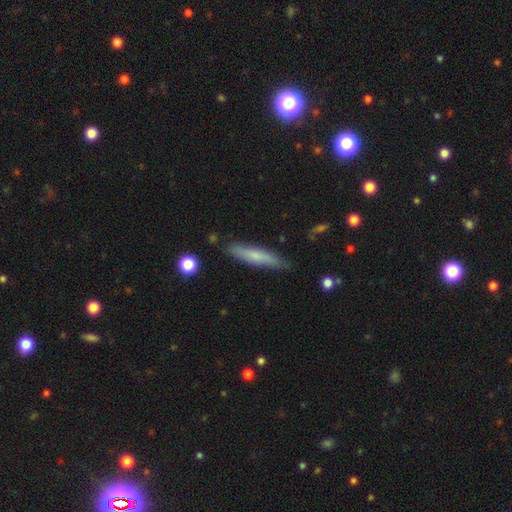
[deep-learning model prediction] The model was most divided on "smooth or featured": smooth: 65%, featured or disk: 29%, star or artifact: 6%. More confident: how rounded — cigar-shaped (89%); merging — none (83%).